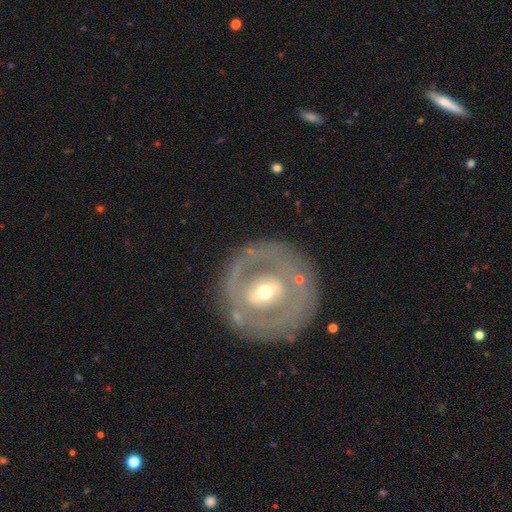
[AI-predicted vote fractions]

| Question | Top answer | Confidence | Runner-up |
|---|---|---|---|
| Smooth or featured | featured or disk | 71% | smooth (22%) |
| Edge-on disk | no | 94% | yes (6%) |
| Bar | no | 39% | weak (37%) |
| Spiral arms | no | 59% | yes (41%) |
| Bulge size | moderate | 51% | small (43%) |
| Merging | none | 78% | minor disturbance (13%) |